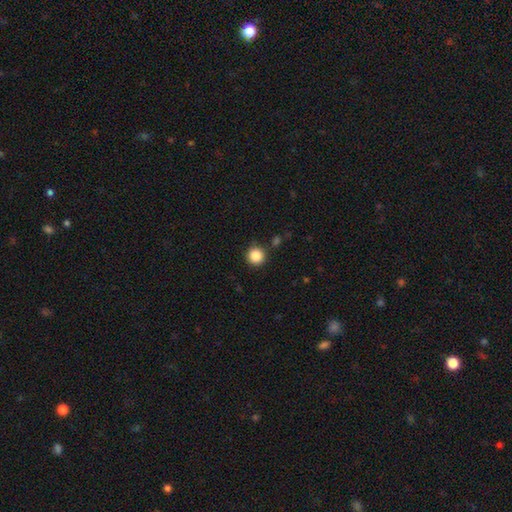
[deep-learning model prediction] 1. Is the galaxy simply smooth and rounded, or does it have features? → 86% smooth, 11% star or artifact, 3% featured or disk.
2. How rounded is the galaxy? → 95% round, 4% in between, 1% cigar-shaped.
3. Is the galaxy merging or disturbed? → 87% none, 7% minor disturbance, 3% merger, 2% major disturbance.